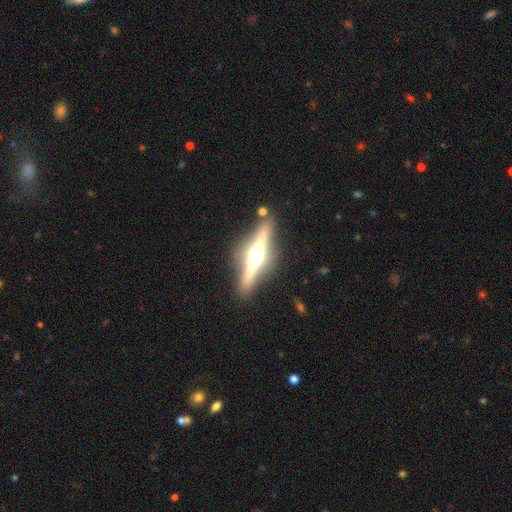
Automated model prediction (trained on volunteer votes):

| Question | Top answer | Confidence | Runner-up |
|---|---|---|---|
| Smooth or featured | featured or disk | 80% | smooth (13%) |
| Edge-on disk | yes | 97% | no (3%) |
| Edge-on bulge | rounded | 95% | boxy (3%) |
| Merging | none | 86% | minor disturbance (8%) |